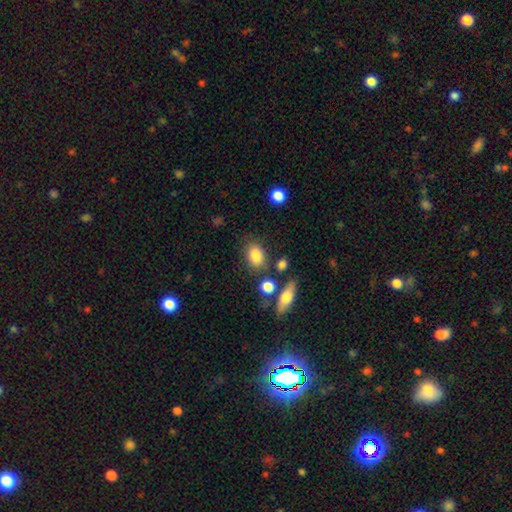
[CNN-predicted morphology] A smooth galaxy with no disk features (84%) that is in between round and cigar-shaped (78%).

Vote fractions:
- Smooth or featured? smooth: 84% / star or artifact: 8% / featured or disk: 7%
- How rounded? in between: 78% / round: 20% / cigar-shaped: 2%
- Merging? none: 73% / minor disturbance: 13% / merger: 8% / major disturbance: 5%